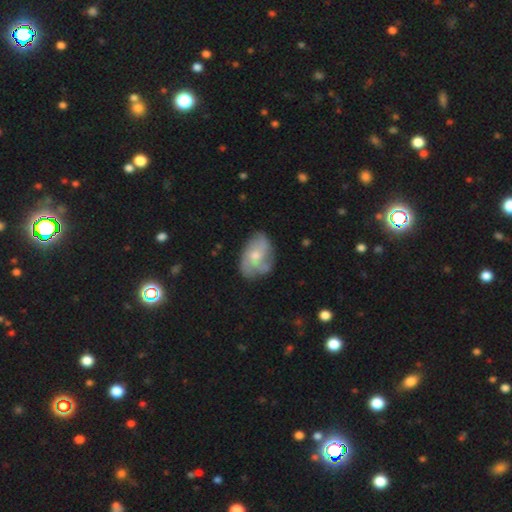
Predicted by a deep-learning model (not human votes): The model was most divided on "bulge size": moderate: 57%, small: 35%, large: 4%, none: 3%, dominant: 1%. More confident: edge-on disk — no (97%); spiral arms — yes (77%); bar — no (75%); merging — none (62%); smooth or featured — featured or disk (60%).